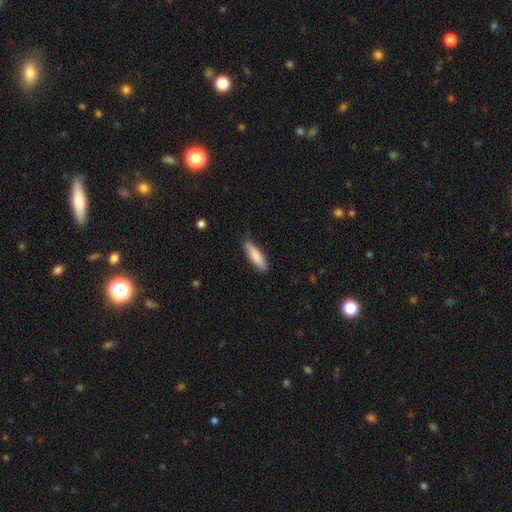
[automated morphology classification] smooth 83%, featured or disk 11%, star or artifact 5%. Down the decision tree: how rounded — cigar-shaped (64%); merging — none (82%).